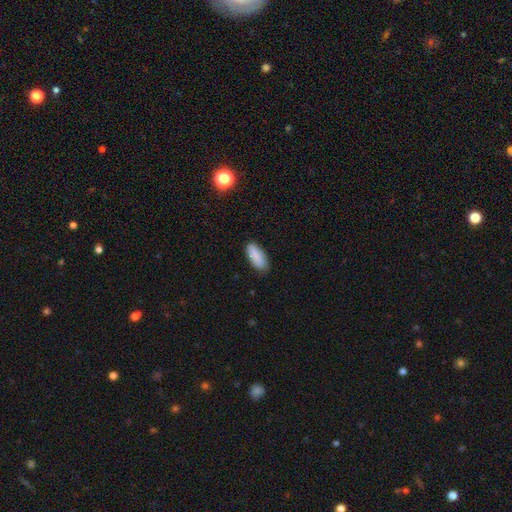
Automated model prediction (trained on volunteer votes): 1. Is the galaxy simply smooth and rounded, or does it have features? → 87% smooth, 7% star or artifact, 6% featured or disk.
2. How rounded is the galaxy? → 81% in between, 17% cigar-shaped, 2% round.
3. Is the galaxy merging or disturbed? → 82% none, 15% minor disturbance, 2% major disturbance, 1% merger.